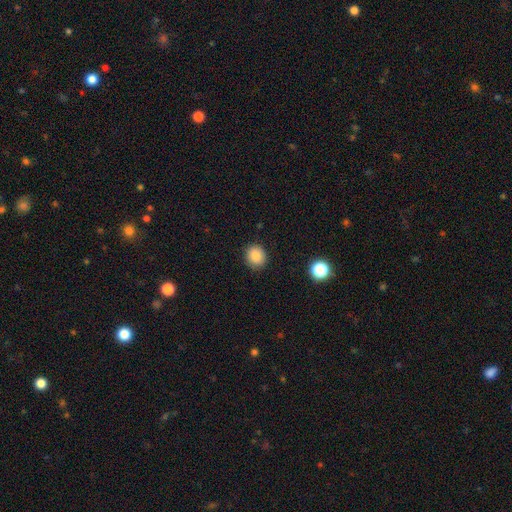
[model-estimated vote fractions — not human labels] Morphology: type=smooth (86%); roundness=round (83%); merging=none (89%).